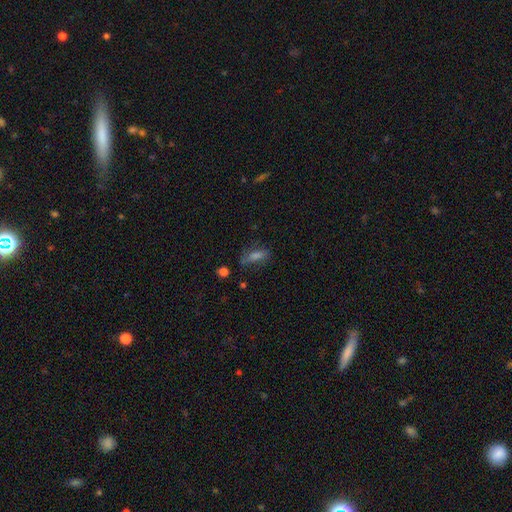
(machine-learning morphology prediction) Smooth or featured? smooth (56%)
How rounded? in between (58%)
Merging? none (65%)